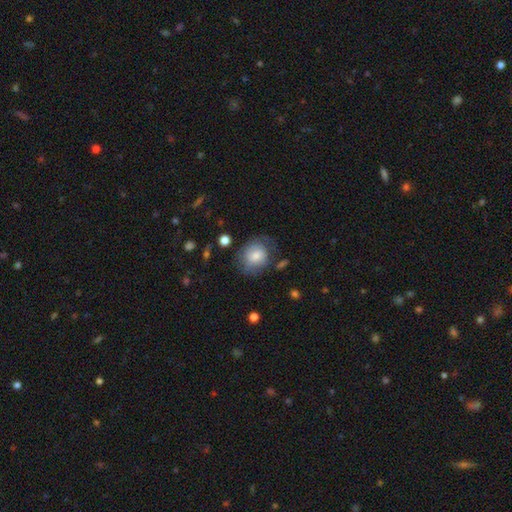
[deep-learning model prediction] Smooth or featured: smooth — 72% (featured or disk — 20%)
How rounded: round — 67% (in between — 32%)
Merging: none — 57% (minor disturbance — 25%)